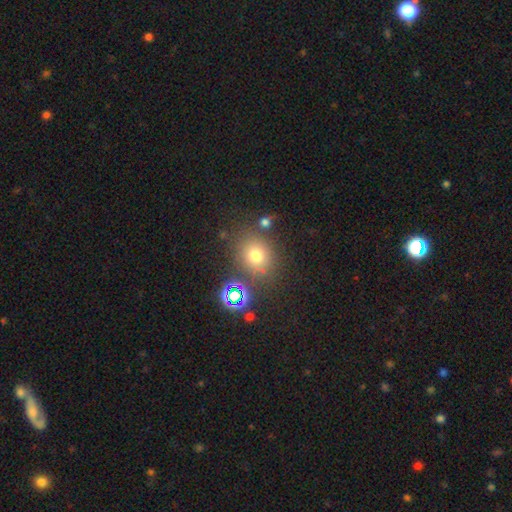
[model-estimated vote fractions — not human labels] This appears to be a smooth galaxy with no disk features (69%) that is round (74%). Merging: none (75%).